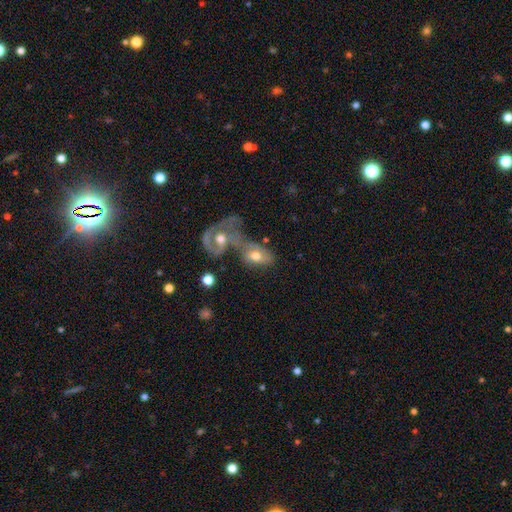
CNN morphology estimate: The model was most divided on "smooth or featured": smooth: 50%, featured or disk: 42%, star or artifact: 8%. More confident: merging — merger (66%).